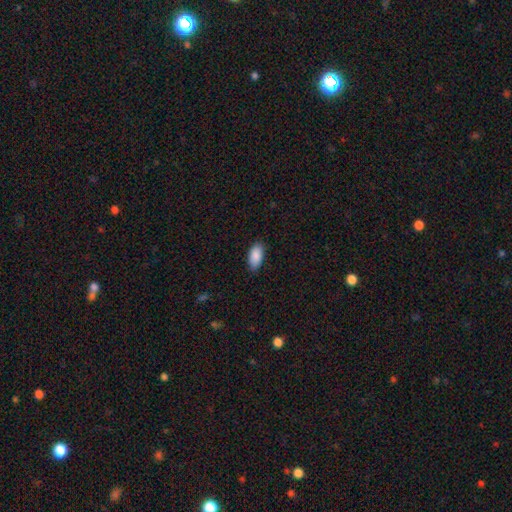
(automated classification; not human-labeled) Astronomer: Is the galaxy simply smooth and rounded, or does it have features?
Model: smooth — 90%.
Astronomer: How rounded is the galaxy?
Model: in between — 93%.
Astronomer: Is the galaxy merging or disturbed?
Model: none — 85%.